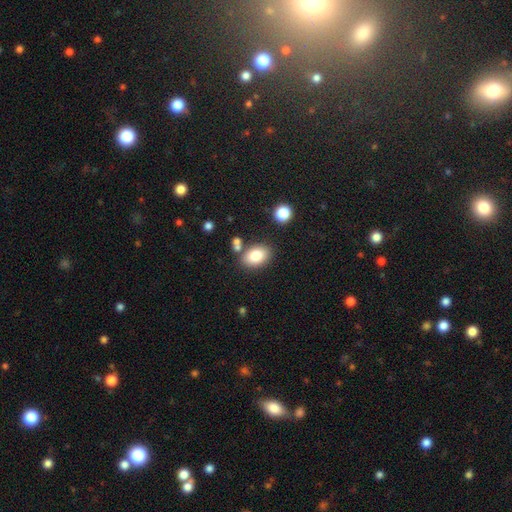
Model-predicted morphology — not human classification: A smooth galaxy with no disk features (82%) that is in between round and cigar-shaped (83%).

Vote fractions:
- Smooth or featured? smooth: 82% / featured or disk: 10% / star or artifact: 9%
- How rounded? in between: 83% / round: 15% / cigar-shaped: 1%
- Merging? none: 77% / minor disturbance: 11% / merger: 8% / major disturbance: 3%